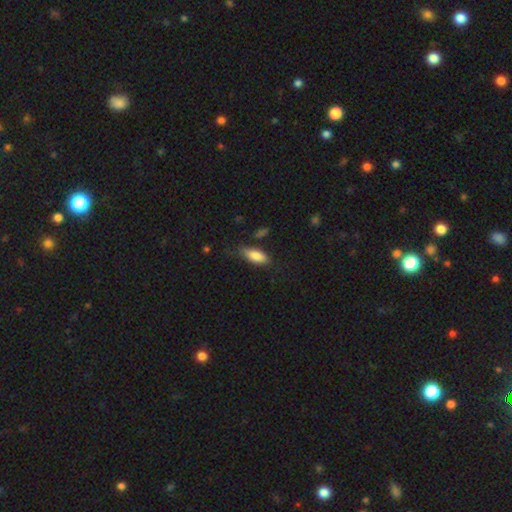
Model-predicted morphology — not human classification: A smooth galaxy with no disk features (83%) that is in between round and cigar-shaped (76%). Merging: none (67%).